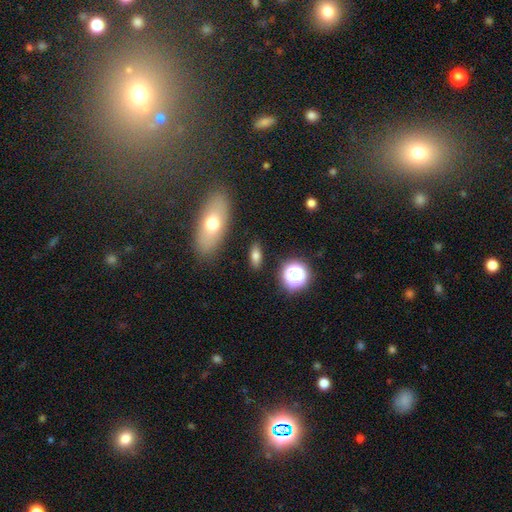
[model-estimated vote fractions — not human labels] Morphology: type=smooth (71%); roundness=in between (72%); merging=none (86%).